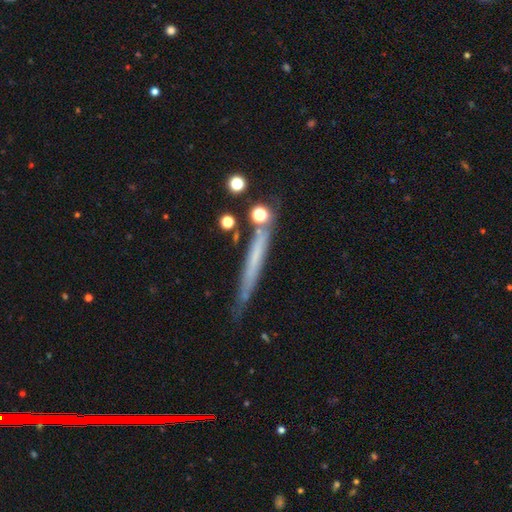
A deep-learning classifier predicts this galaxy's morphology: Q: Smooth or featured?
A: smooth (45%); runner-up: featured or disk (44%)
Q: Merging?
A: none (72%); runner-up: minor disturbance (17%)